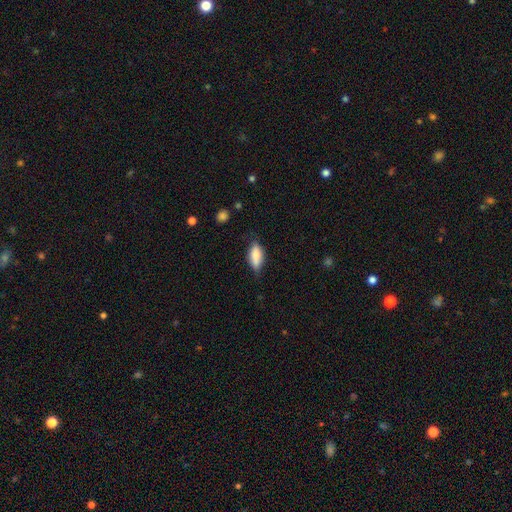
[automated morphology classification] This is likely a smooth galaxy (76%). How rounded: likely in between (79%). Merging: likely none (67%).